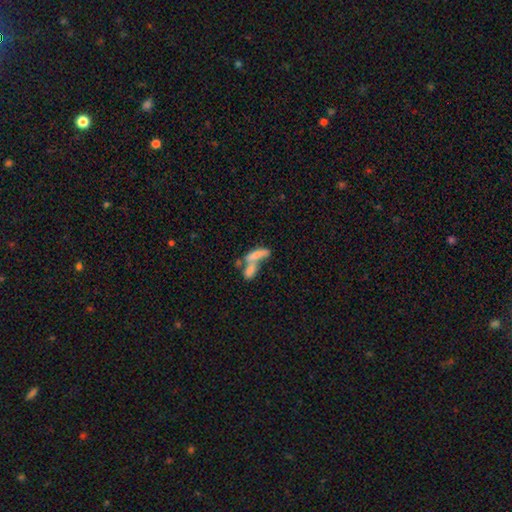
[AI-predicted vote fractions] This appears to be a smooth galaxy with no disk features (64%) that is in between round and cigar-shaped (57%). Merging: merger (67%).